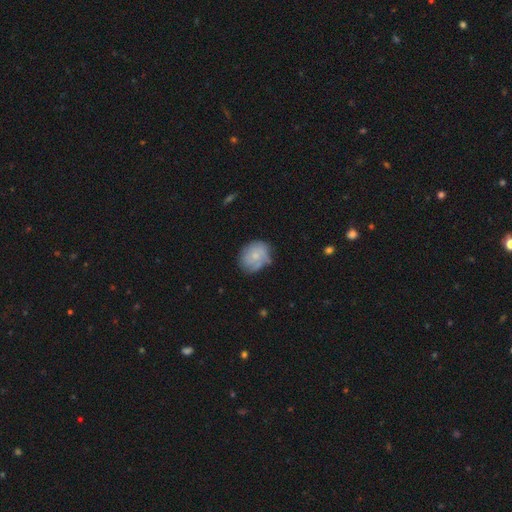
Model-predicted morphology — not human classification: Overall: smooth (57%; featured or disk 36%). How rounded: round (50%; in between 49%). Merging: none (59%; minor disturbance 29%).